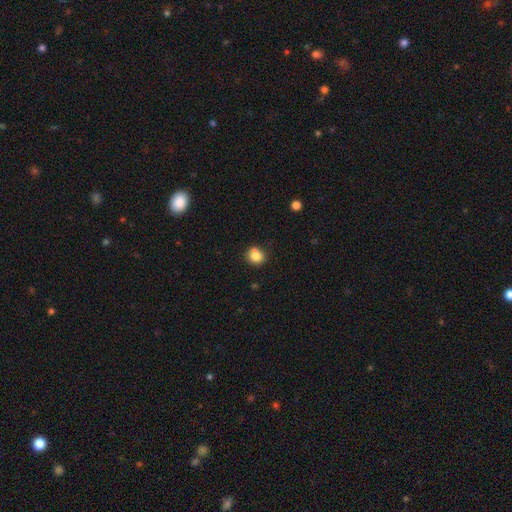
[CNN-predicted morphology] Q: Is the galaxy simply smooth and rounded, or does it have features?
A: smooth — 82%.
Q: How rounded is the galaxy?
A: round — 83%.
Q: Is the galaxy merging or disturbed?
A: none — 71%.